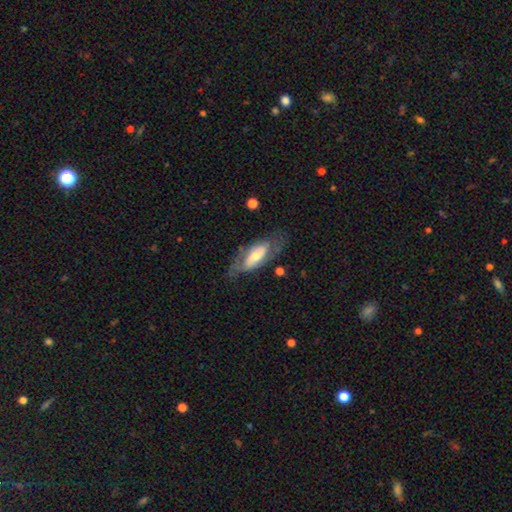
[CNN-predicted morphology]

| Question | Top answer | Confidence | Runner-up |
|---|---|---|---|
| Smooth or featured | featured or disk | 60% | smooth (33%) |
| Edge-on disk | no | 81% | yes (19%) |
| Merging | none | 69% | minor disturbance (18%) |